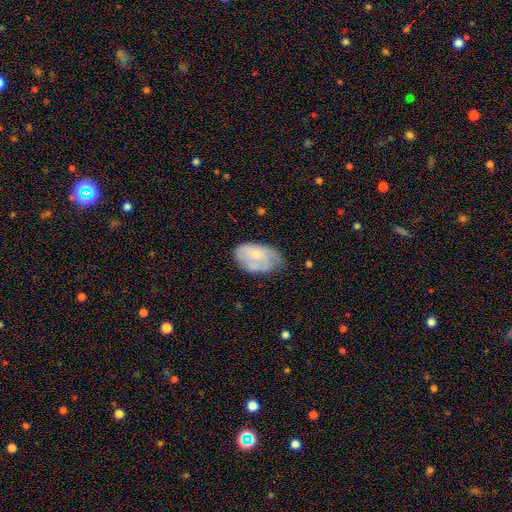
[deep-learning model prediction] smooth_or_featured: featured or disk (p=0.47) [tied with: smooth p=0.47]
merging: none (p=0.51) [alt: minor disturbance p=0.34]